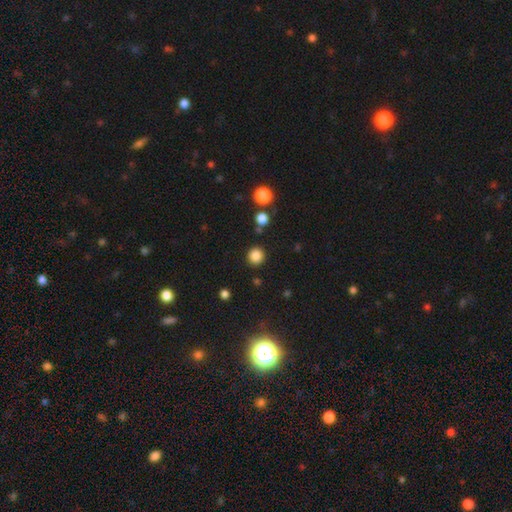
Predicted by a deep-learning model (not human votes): Smooth or featured: smooth — 84% (star or artifact — 12%)
How rounded: round — 92% (in between — 7%)
Merging: none — 89% (minor disturbance — 6%)